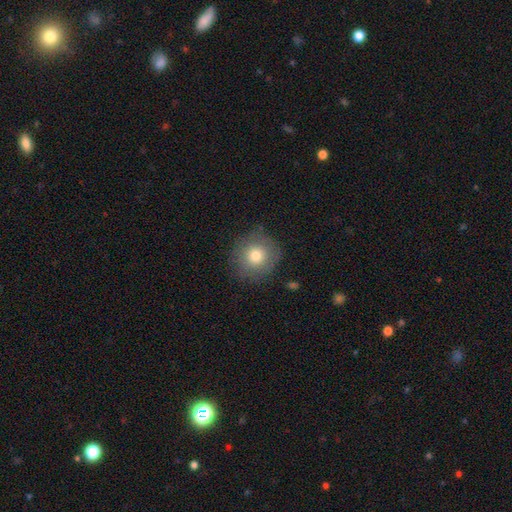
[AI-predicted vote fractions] Morphology: type=smooth (77%); roundness=round (92%); merging=none (85%).